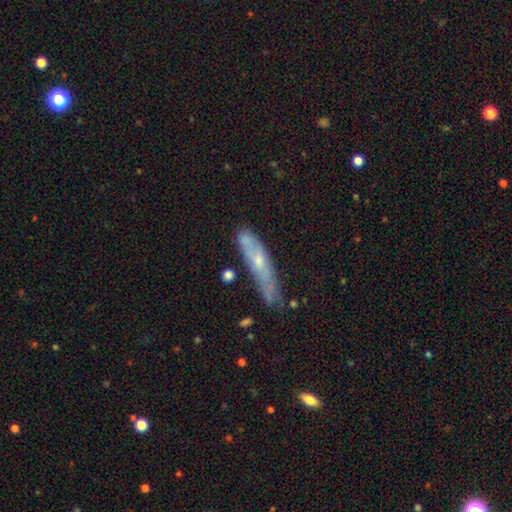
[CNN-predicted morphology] Q: Smooth or featured?
A: featured or disk (50%); runner-up: smooth (41%)
Q: Merging?
A: none (57%); runner-up: minor disturbance (27%)